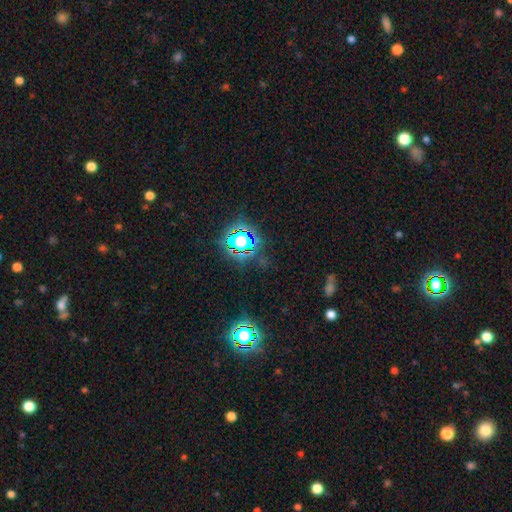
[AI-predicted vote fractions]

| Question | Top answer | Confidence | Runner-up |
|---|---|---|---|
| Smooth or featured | star or artifact | 80% | smooth (12%) |